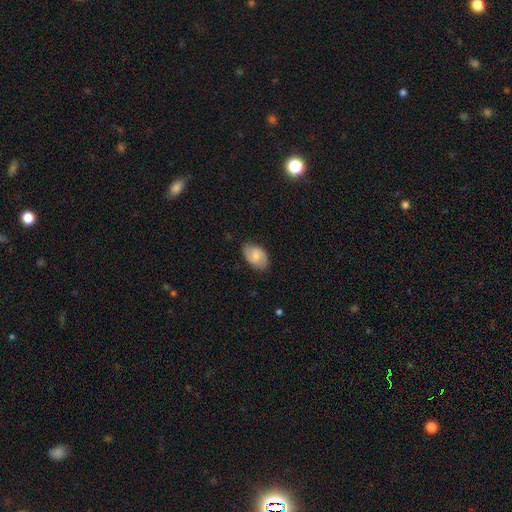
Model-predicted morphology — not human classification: A smooth galaxy with no disk features (59%) that is in between round and cigar-shaped (91%). Merging: none (79%).